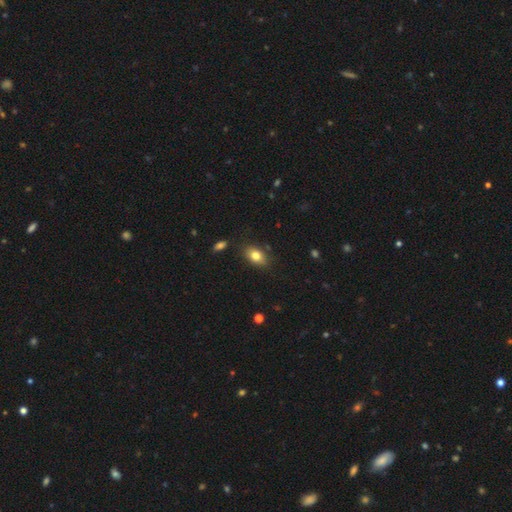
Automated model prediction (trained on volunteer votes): smooth_or_featured: smooth (p=0.80) [alt: featured or disk p=0.11]
how_rounded: in between (p=0.85) [alt: round p=0.12]
merging: none (p=0.82) [alt: minor disturbance p=0.12]